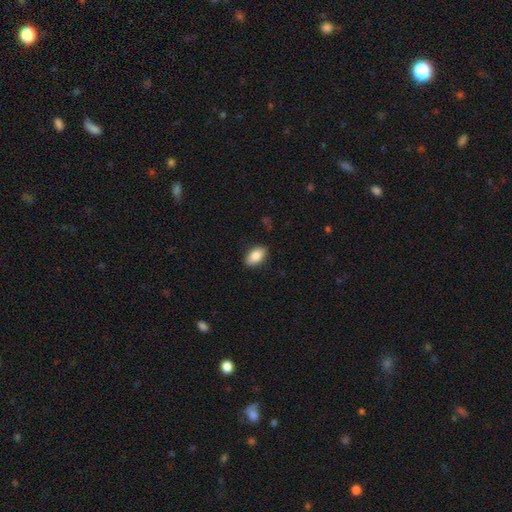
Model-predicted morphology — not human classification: The model was most divided on "smooth or featured": smooth: 85%, featured or disk: 8%, star or artifact: 7%. More confident: how rounded — in between (92%); merging — none (87%).